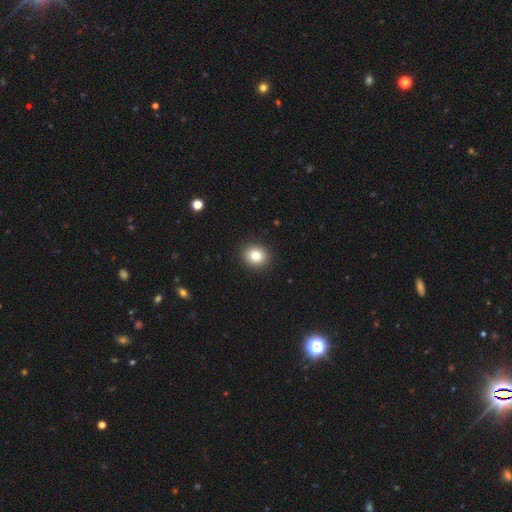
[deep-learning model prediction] smooth-or-featured: smooth: 83% | star or artifact: 10% | featured or disk: 7%
  how-rounded: round: 80% | in between: 20% | cigar-shaped: 1%
  merging: none: 92% | minor disturbance: 6% | major disturbance: 2% | merger: 1%